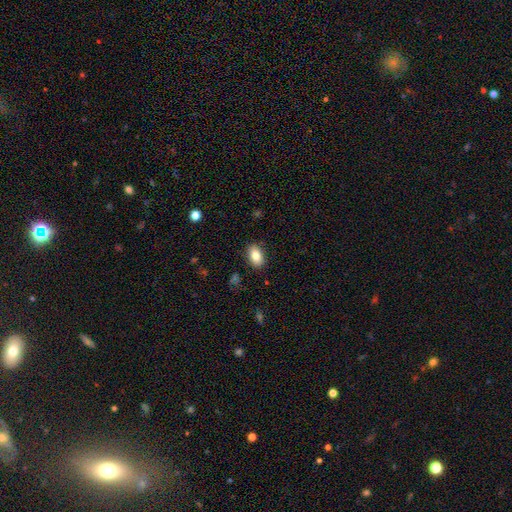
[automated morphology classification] smooth 83%, featured or disk 9%, star or artifact 8%. Down the decision tree: how rounded — in between (90%); merging — none (88%).